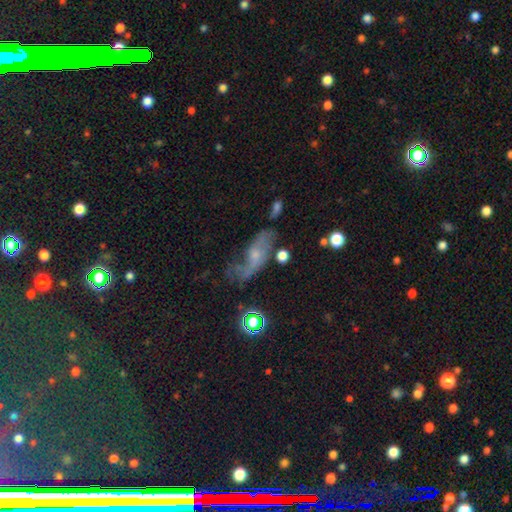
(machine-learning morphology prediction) smooth-or-featured: featured or disk: 55% | smooth: 29% | star or artifact: 16%
  disk-edge-on: no: 85% | yes: 15%
  merging: none: 40% | major disturbance: 28% | minor disturbance: 25% | merger: 7%